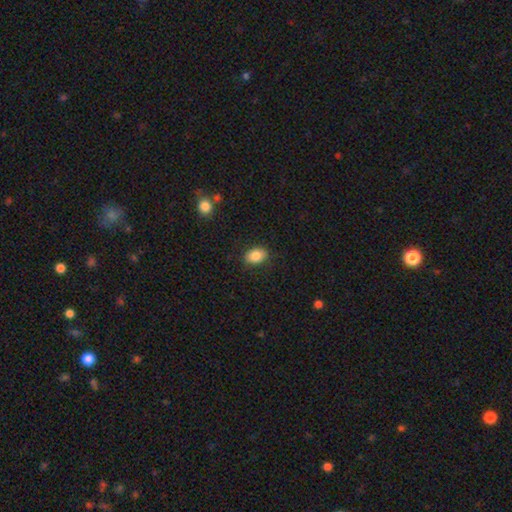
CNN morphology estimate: type=smooth (86%); roundness=in between (80%); merging=none (86%).